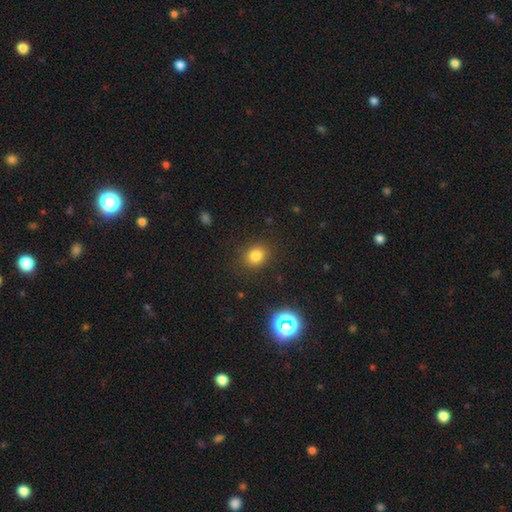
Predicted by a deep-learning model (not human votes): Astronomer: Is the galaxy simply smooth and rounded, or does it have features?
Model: smooth — 79%.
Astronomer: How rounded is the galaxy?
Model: round — 66%.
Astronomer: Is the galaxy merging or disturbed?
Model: none — 86%.